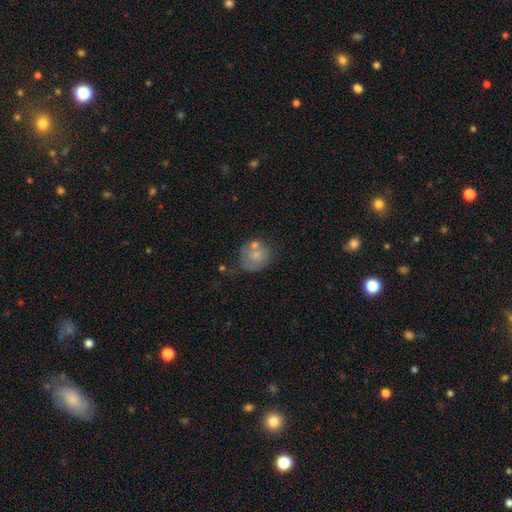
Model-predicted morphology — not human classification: Smooth or featured?
  - smooth: 62% *
  - featured or disk: 28%
  - star or artifact: 10%
How rounded?
  - round: 73% *
  - in between: 26%
  - cigar-shaped: 1%
Merging?
  - none: 46% *
  - minor disturbance: 23%
  - merger: 20%
  - major disturbance: 11%